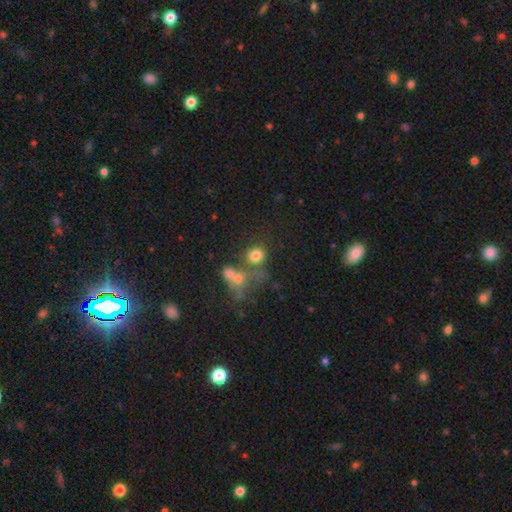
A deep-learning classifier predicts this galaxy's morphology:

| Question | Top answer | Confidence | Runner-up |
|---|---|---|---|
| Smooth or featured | smooth | 75% | star or artifact (14%) |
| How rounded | round | 73% | in between (25%) |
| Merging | none | 49% | merger (30%) |